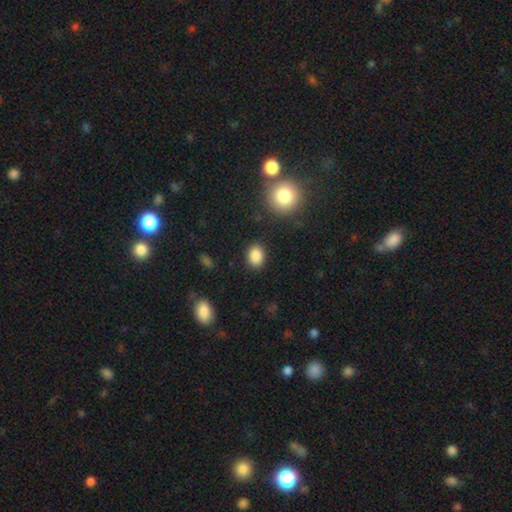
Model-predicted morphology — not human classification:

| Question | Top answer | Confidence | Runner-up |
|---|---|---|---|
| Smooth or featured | smooth | 86% | star or artifact (9%) |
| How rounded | in between | 60% | round (39%) |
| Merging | none | 87% | minor disturbance (9%) |